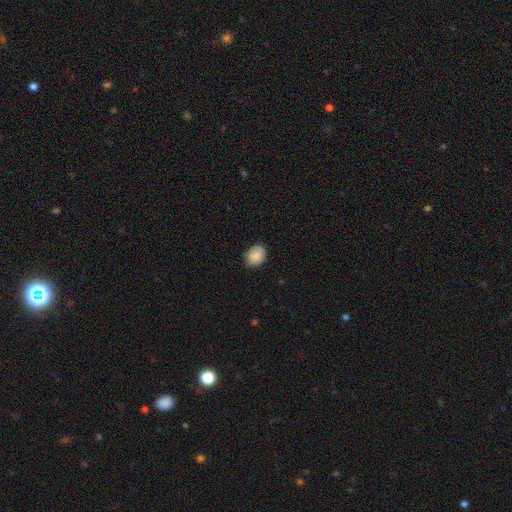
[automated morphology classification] smooth 86%, star or artifact 8%, featured or disk 7%. Down the decision tree: how rounded — in between (65%); merging — none (75%).